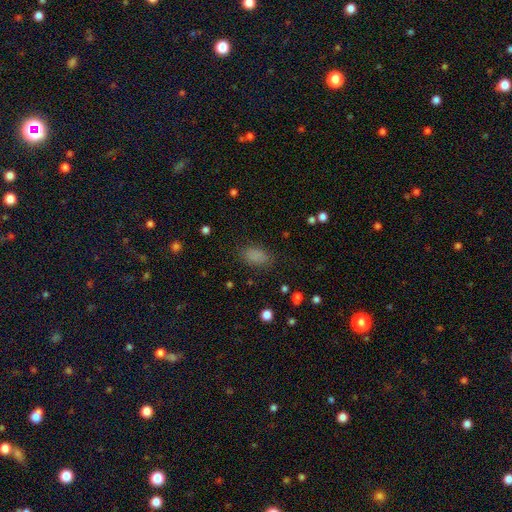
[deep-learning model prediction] smooth_or_featured: smooth (p=0.83) [alt: star or artifact p=0.12]
how_rounded: in between (p=0.90) [alt: round p=0.07]
merging: none (p=0.81) [alt: minor disturbance p=0.13]